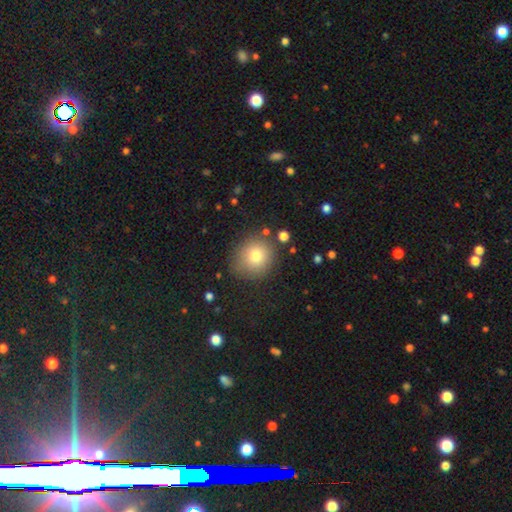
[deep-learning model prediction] Smooth or featured? Predicted: smooth (p=0.78). How rounded? Predicted: round (p=0.85). Merging? Predicted: none (p=0.81).